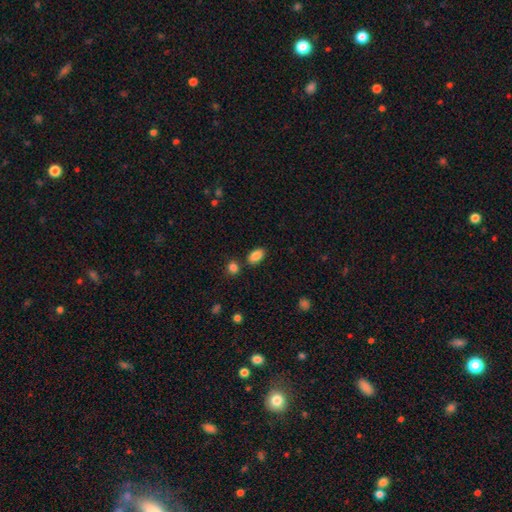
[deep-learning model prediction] The model was most divided on "merging": none: 80%, minor disturbance: 10%, merger: 7%, major disturbance: 3%. More confident: how rounded — in between (91%); smooth or featured — smooth (87%).